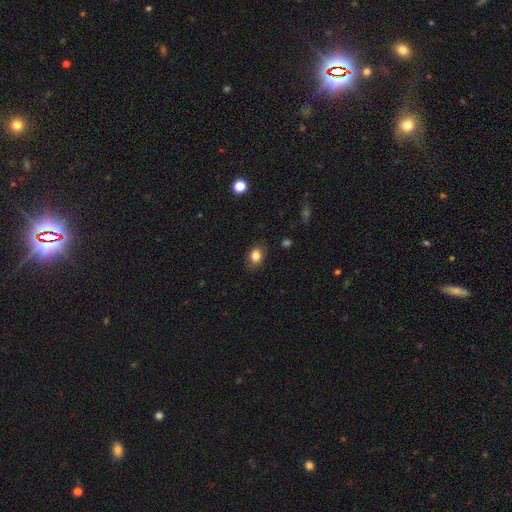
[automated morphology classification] Smooth or featured? smooth (83%)
How rounded? in between (64%)
Merging? none (83%)